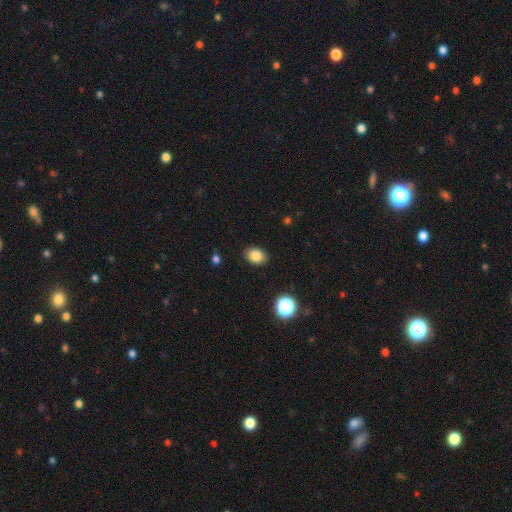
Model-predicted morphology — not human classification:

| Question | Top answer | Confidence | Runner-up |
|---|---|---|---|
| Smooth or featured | smooth | 85% | star or artifact (10%) |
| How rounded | in between | 73% | round (26%) |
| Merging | none | 88% | minor disturbance (9%) |